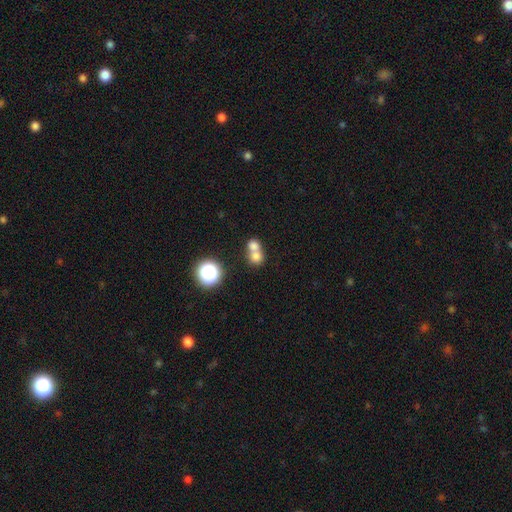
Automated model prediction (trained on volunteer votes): Smooth or featured? Predicted: smooth (p=0.72). How rounded? Predicted: round (p=0.78). Merging? Predicted: merger (p=0.63).